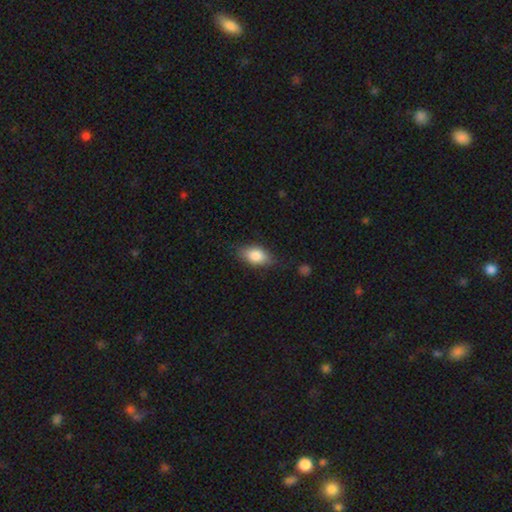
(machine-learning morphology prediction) Smooth or featured: smooth — 82% (featured or disk — 11%)
How rounded: in between — 88% (round — 8%)
Merging: none — 76% (minor disturbance — 19%)